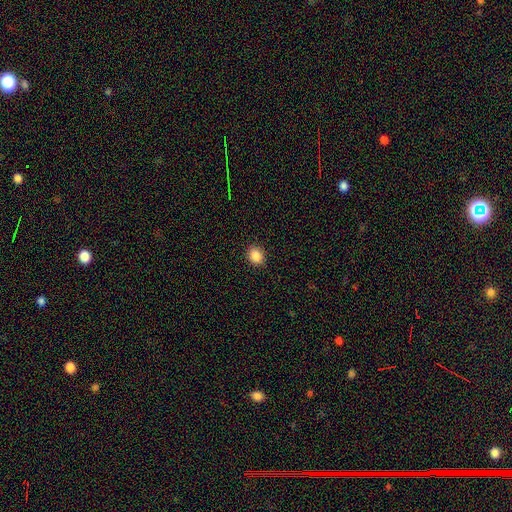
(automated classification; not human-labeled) Morphology: type=smooth (88%); roundness=round (53%); merging=none (89%).